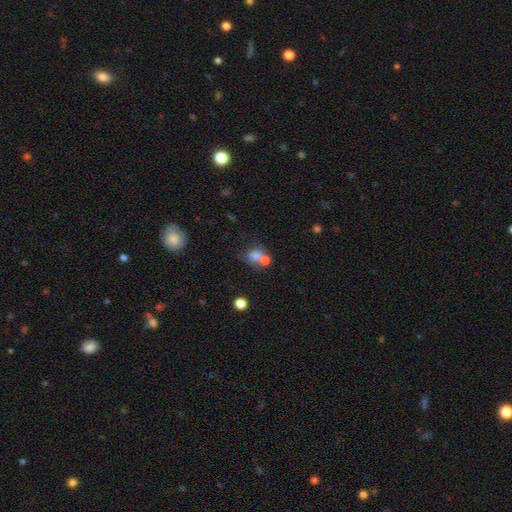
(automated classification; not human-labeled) This is likely a smooth galaxy (72%). How rounded: possibly round (52%). Merging: possibly merger (55%).